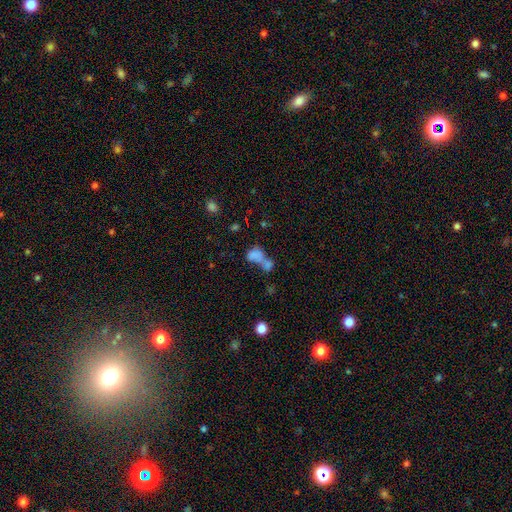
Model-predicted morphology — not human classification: smooth-or-featured: smooth: 69% | featured or disk: 18% | star or artifact: 13%
  how-rounded: in between: 69% | round: 27% | cigar-shaped: 4%
  merging: merger: 68% | none: 16% | major disturbance: 9% | minor disturbance: 7%